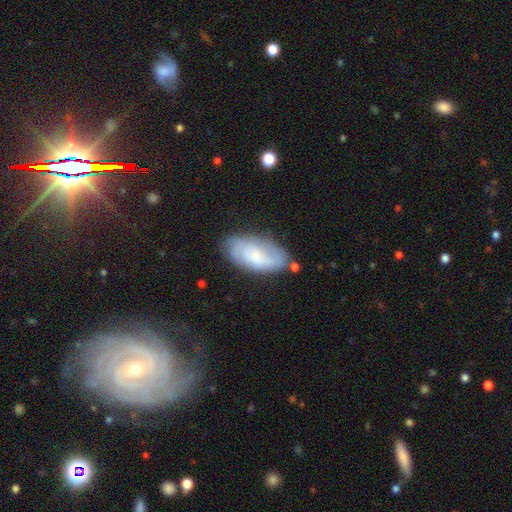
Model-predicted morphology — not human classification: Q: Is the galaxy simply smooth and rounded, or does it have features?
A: featured or disk — 57%.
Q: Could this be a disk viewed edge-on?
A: no — 93%.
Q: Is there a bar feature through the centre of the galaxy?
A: no — 62%.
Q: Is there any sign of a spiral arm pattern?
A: yes — 88%.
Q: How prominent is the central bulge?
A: small — 59%.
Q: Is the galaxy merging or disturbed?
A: none — 72%.